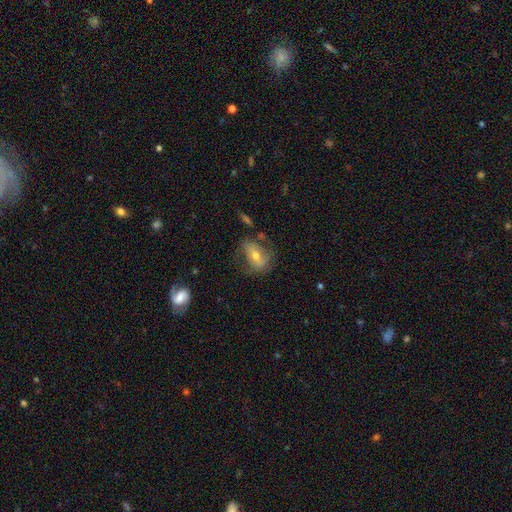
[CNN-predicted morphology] Smooth or featured? Predicted: featured or disk (p=0.56). Edge-on disk? Predicted: no (p=0.92). Bar? Predicted: no (p=0.36). Spiral arms? Predicted: yes (p=0.68). Bulge size? Predicted: moderate (p=0.59). Merging? Predicted: none (p=0.60).